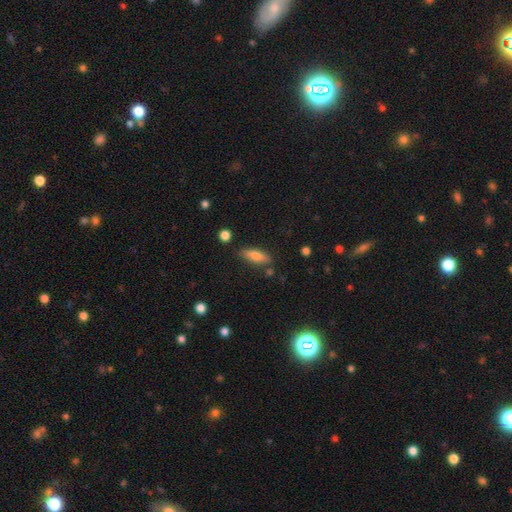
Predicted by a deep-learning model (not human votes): Smooth or featured? smooth (73%)
How rounded? in between (58%)
Merging? none (80%)